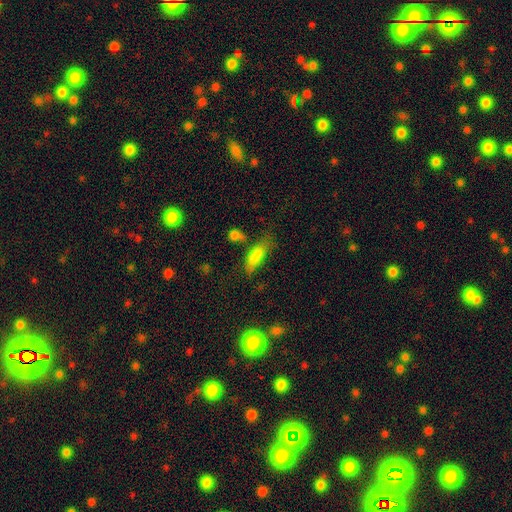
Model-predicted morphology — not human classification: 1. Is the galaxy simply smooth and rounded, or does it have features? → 79% smooth, 11% featured or disk, 10% star or artifact.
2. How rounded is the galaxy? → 68% in between, 30% cigar-shaped, 3% round.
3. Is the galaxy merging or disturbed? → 47% none, 26% minor disturbance, 15% major disturbance, 12% merger.